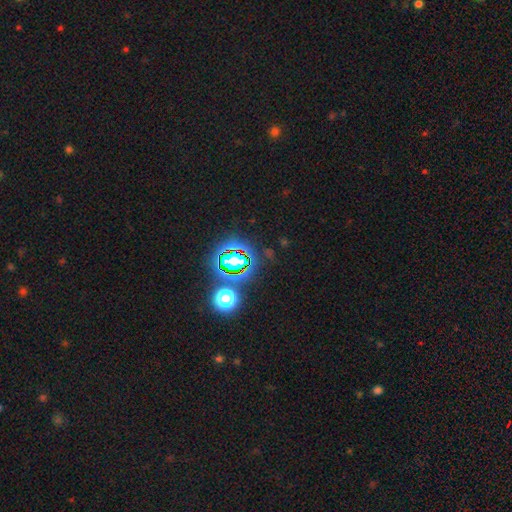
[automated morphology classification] Smooth or featured?
  - star or artifact: 77% *
  - smooth: 15%
  - featured or disk: 8%